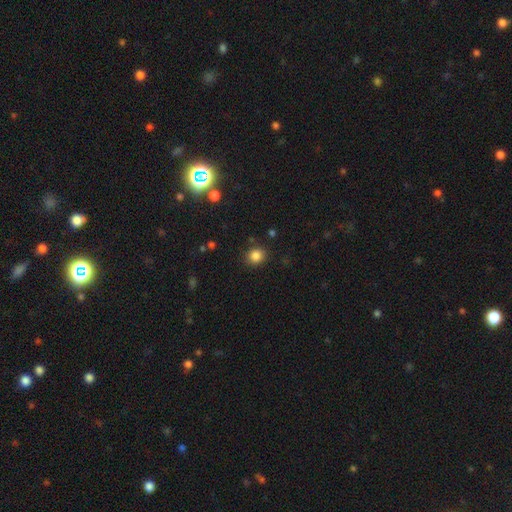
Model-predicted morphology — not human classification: A smooth galaxy with no disk features (84%) that is round (80%).

Vote fractions:
- Smooth or featured? smooth: 84% / star or artifact: 12% / featured or disk: 4%
- How rounded? round: 80% / in between: 19% / cigar-shaped: 1%
- Merging? none: 86% / minor disturbance: 9% / major disturbance: 3% / merger: 2%